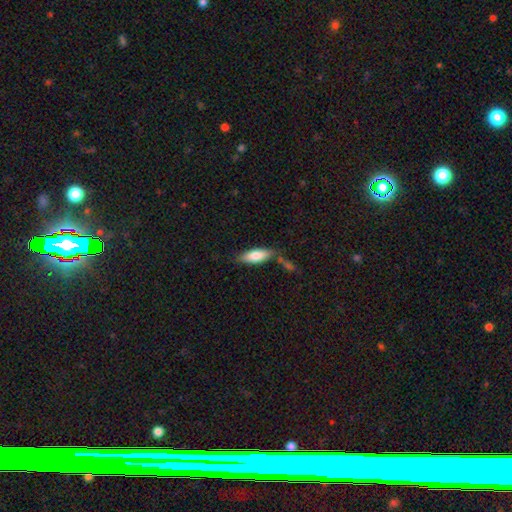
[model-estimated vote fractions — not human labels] The model was most divided on "how rounded": in between: 64%, cigar-shaped: 34%, round: 2%. More confident: smooth or featured — smooth (77%); merging — none (69%).